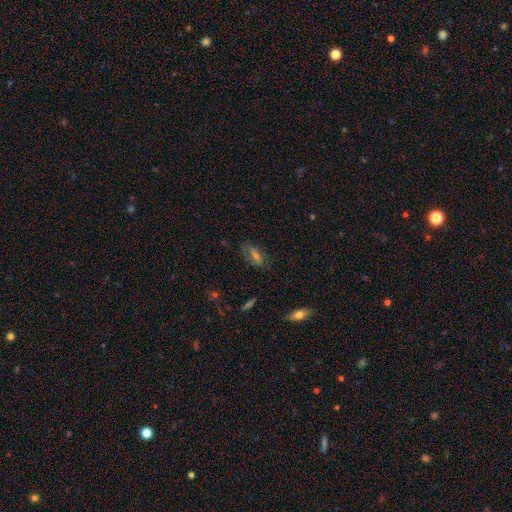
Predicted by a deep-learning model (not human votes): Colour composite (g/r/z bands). It shows a smooth galaxy with no disk features (41%). Merging: none (74%).